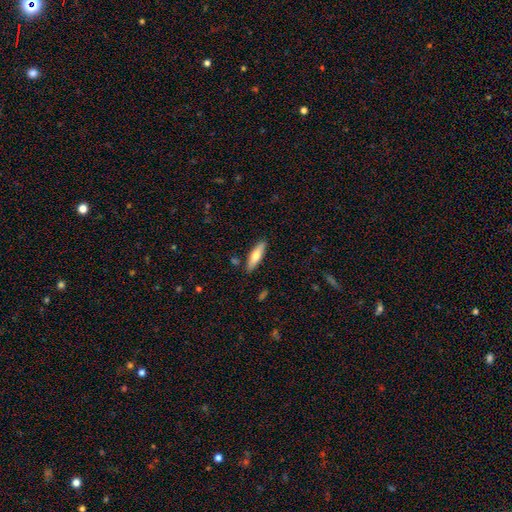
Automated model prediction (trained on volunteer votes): A smooth galaxy with no disk features (63%) that is cigar-shaped (62%).

Vote fractions:
- Smooth or featured? smooth: 63% / featured or disk: 31% / star or artifact: 6%
- How rounded? cigar-shaped: 62% / in between: 36% / round: 2%
- Merging? none: 87% / minor disturbance: 9% / merger: 2% / major disturbance: 2%